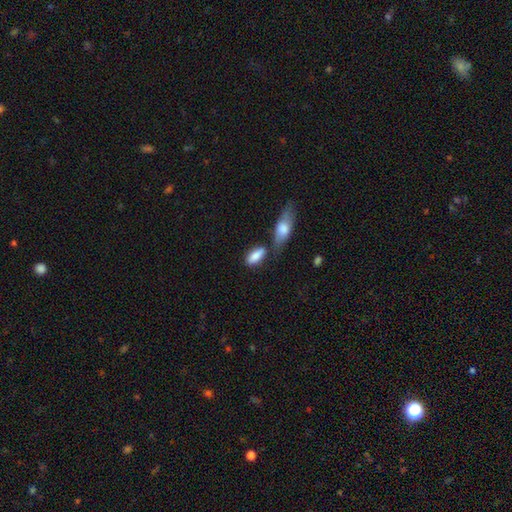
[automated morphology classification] type=smooth (84%); roundness=in between (81%); merging=none (55%).